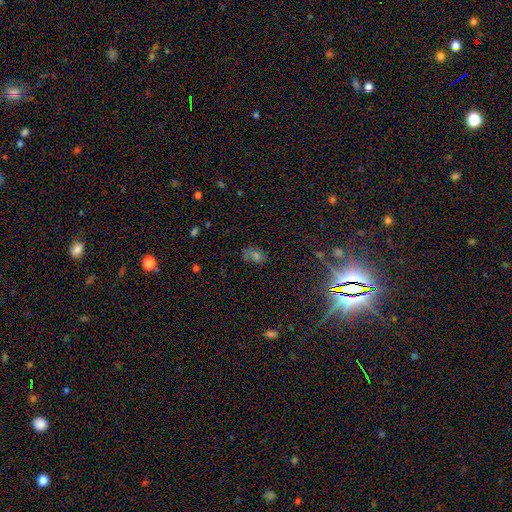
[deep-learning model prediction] smooth-or-featured: star or artifact: 44% | smooth: 38% | featured or disk: 17%